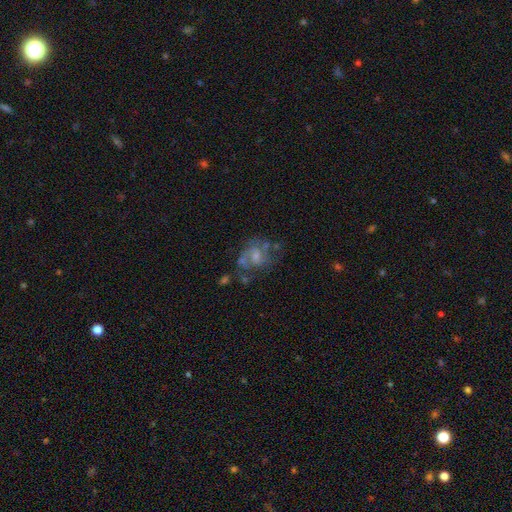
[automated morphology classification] The model was most divided on "bulge size": small: 40%, moderate: 37%, none: 17%, large: 4%, dominant: 1%. Remaining: edge-on disk — no (97%); spiral arms — yes (72%); smooth or featured — featured or disk (67%); bar — no (53%); merging — none (49%).